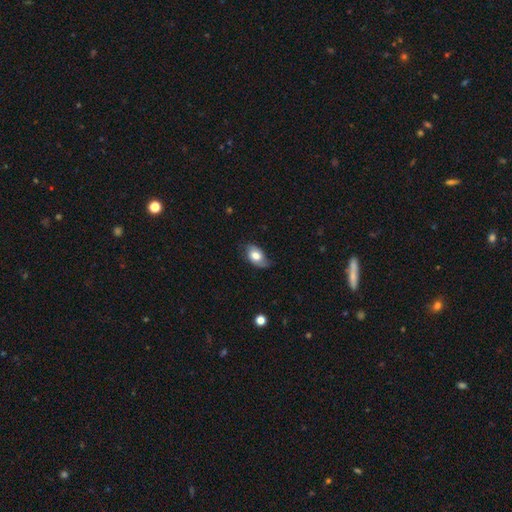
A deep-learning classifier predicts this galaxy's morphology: A smooth galaxy with no disk features (63%) that is in between round and cigar-shaped (87%).

Vote fractions:
- Smooth or featured? smooth: 63% / featured or disk: 30% / star or artifact: 7%
- How rounded? in between: 87% / round: 12% / cigar-shaped: 2%
- Merging? none: 62% / minor disturbance: 29% / major disturbance: 8% / merger: 1%